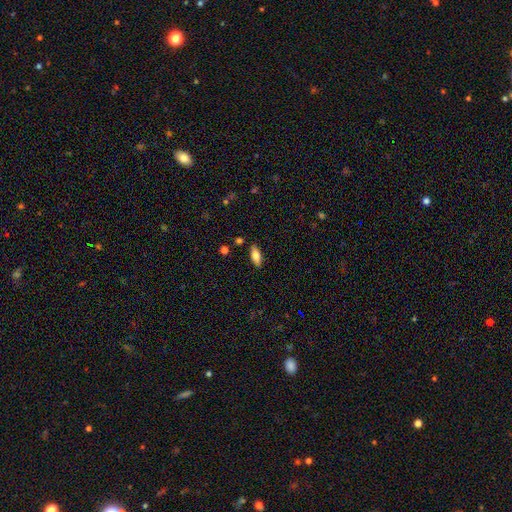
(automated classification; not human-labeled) smooth-or-featured: smooth: 72% | featured or disk: 21% | star or artifact: 7%
  how-rounded: in between: 78% | cigar-shaped: 20% | round: 2%
  merging: none: 86% | minor disturbance: 10% | merger: 2% | major disturbance: 2%